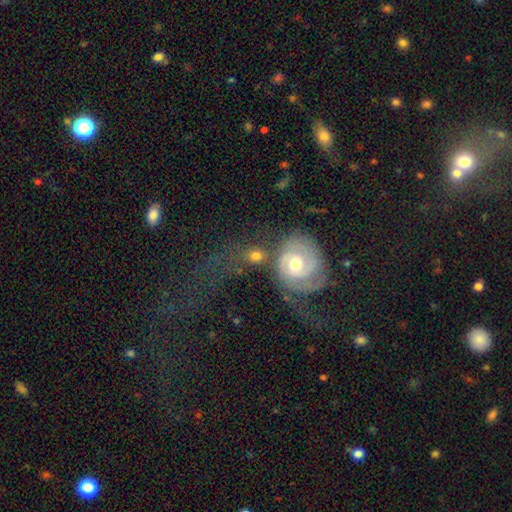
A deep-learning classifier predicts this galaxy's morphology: Smooth or featured? Predicted: smooth (p=0.48). Merging? Predicted: none (p=0.48).